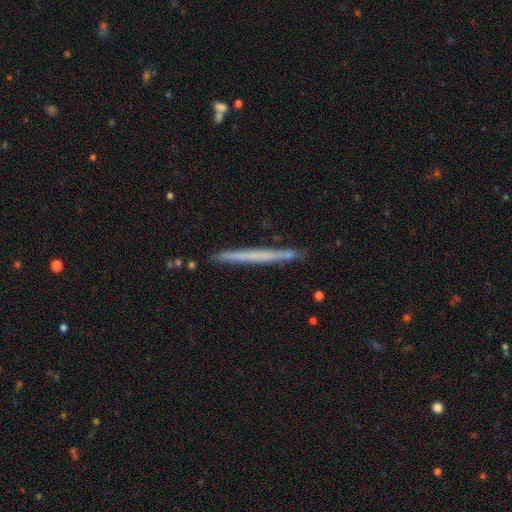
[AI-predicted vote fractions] The model was most divided on "smooth or featured": featured or disk: 48%, smooth: 46%, star or artifact: 7%. More confident: merging — none (89%).